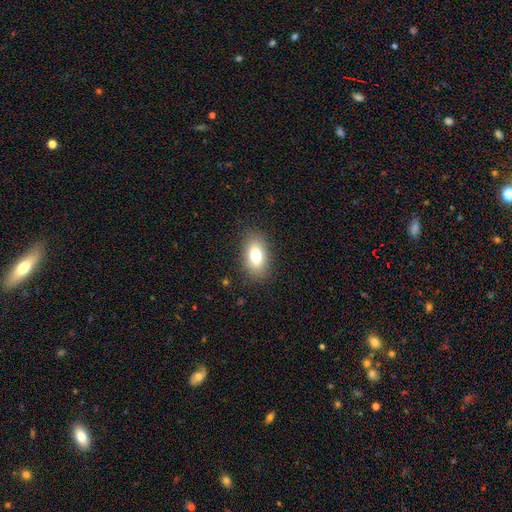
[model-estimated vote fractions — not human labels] Smooth or featured? Predicted: smooth (p=0.77). How rounded? Predicted: in between (p=0.89). Merging? Predicted: none (p=0.86).